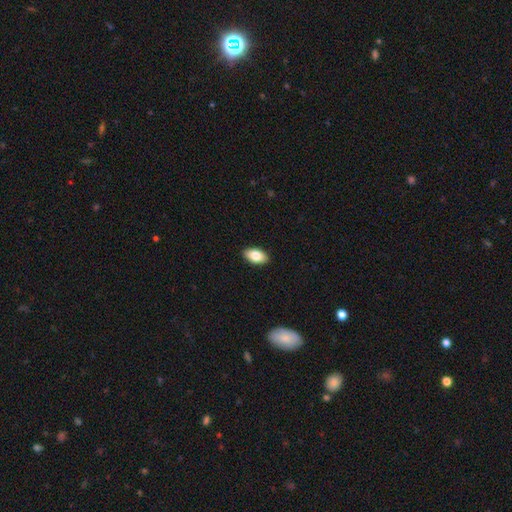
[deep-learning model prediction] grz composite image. It shows a smooth galaxy with no disk features (81%) that is in between round and cigar-shaped (93%). Merging: none (90%).